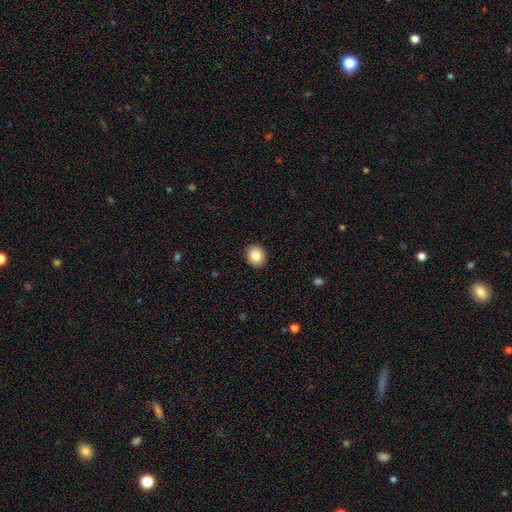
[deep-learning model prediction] This appears to be a smooth galaxy with no disk features (85%) that is round (74%). Merging: none (92%).